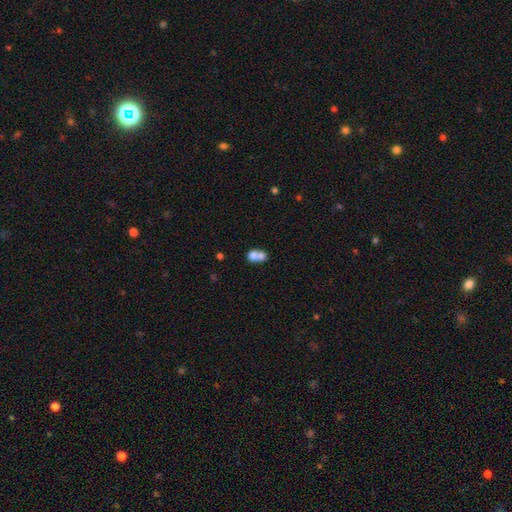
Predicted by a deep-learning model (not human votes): A smooth galaxy with no disk features (70%) that is round (54%).

Vote fractions:
- Smooth or featured? smooth: 70% / featured or disk: 20% / star or artifact: 10%
- How rounded? round: 54% / in between: 44% / cigar-shaped: 1%
- Merging? merger: 70% / none: 21% / minor disturbance: 6% / major disturbance: 3%